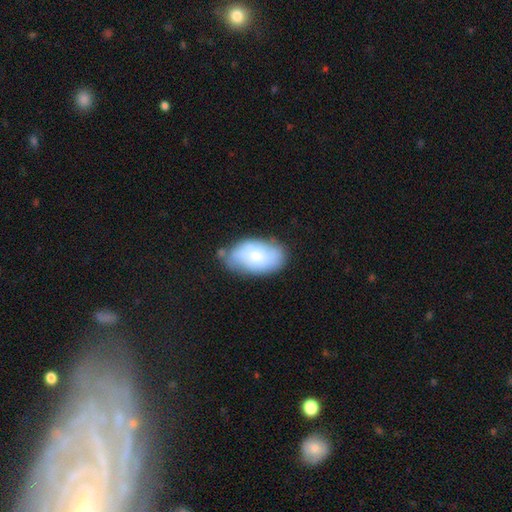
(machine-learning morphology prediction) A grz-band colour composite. It shows a smooth galaxy with no disk features (65%) that is in between round and cigar-shaped (93%). Merging: none (61%).